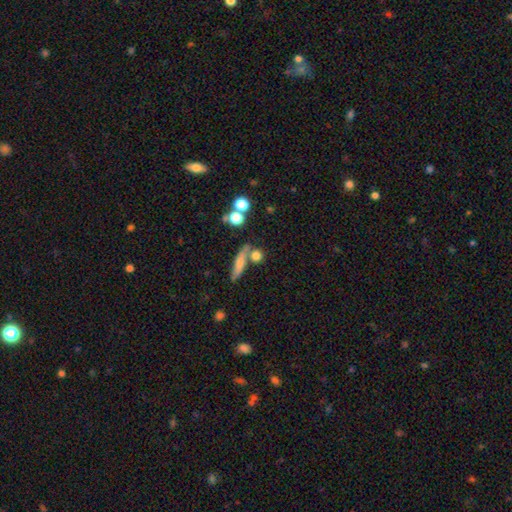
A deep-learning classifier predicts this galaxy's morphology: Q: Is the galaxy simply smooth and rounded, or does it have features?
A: smooth — 73%.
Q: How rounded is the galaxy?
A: round — 60%.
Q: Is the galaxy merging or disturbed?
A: none — 60%.